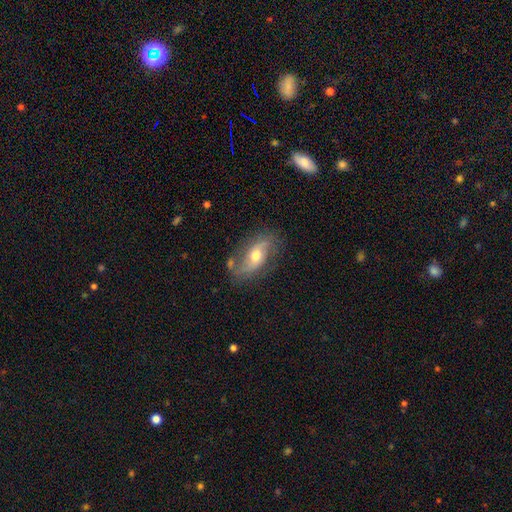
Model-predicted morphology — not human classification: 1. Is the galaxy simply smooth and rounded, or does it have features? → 72% featured or disk, 20% smooth, 7% star or artifact.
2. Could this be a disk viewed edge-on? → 91% no, 9% yes.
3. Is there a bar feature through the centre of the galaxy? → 48% no, 37% weak, 15% strong.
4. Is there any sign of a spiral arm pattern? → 87% yes, 13% no.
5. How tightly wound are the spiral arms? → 56% loose, 32% medium, 12% tight.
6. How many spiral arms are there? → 88% 2, 6% can't tell, 3% 1, 1% 3, 1% 4, 1% more than 4.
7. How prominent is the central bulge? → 73% moderate, 15% small, 9% large, 1% dominant, 1% none.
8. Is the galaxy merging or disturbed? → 72% none, 18% minor disturbance, 7% major disturbance, 4% merger.